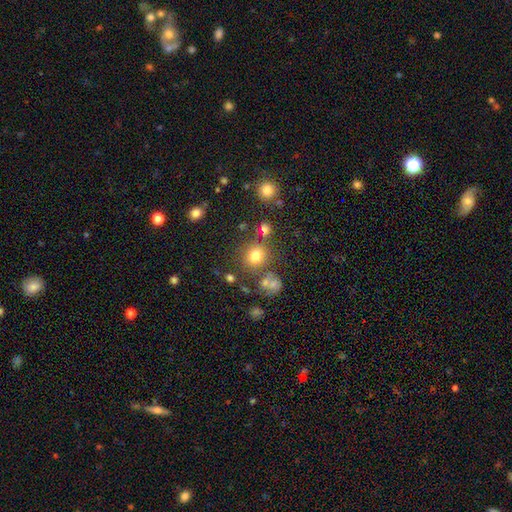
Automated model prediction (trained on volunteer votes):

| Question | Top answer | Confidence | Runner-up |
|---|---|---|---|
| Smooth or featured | smooth | 75% | star or artifact (17%) |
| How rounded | round | 84% | in between (15%) |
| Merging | none | 74% | minor disturbance (11%) |